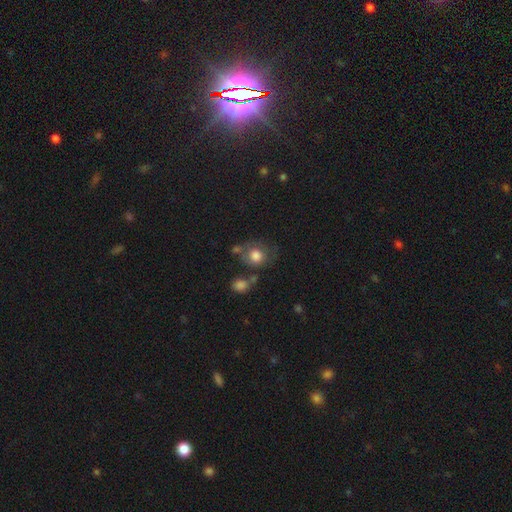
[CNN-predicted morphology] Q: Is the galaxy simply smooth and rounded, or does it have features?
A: smooth — 76%.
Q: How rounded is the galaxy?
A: round — 72%.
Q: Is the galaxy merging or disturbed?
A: none — 53%.